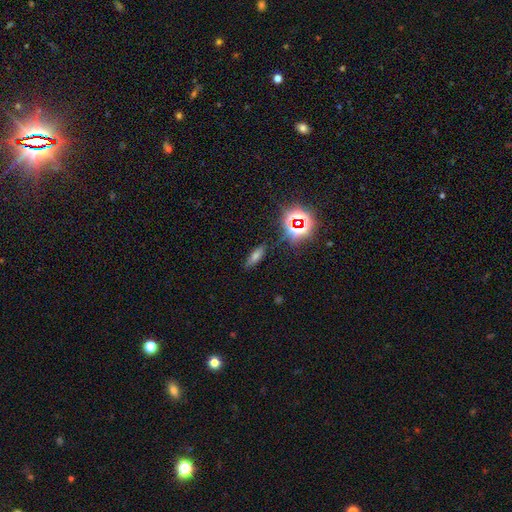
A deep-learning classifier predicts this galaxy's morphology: Overall: smooth (49%; star or artifact 32%). Merging: none (85%).